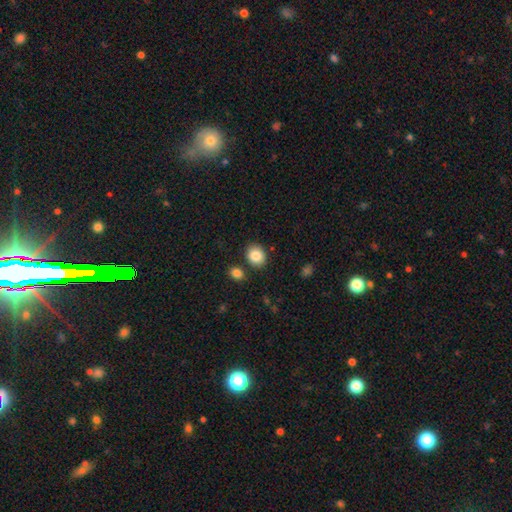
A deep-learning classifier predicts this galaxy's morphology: smooth 86%, star or artifact 8%, featured or disk 6%. Down the decision tree: how rounded — round (59%); merging — none (81%).